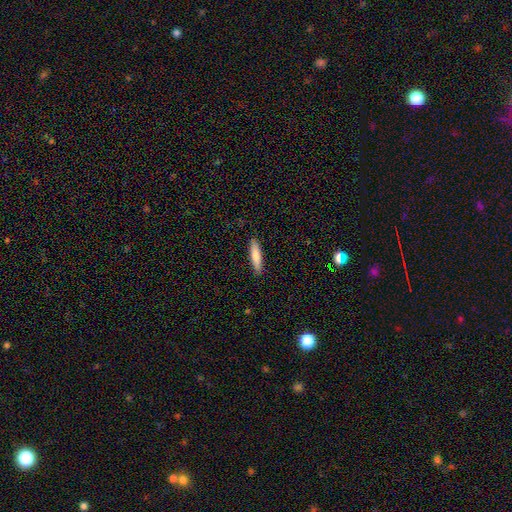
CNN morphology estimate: smooth-or-featured: smooth: 79% | featured or disk: 16% | star or artifact: 6%
  how-rounded: cigar-shaped: 81% | in between: 18% | round: 1%
  merging: none: 90% | minor disturbance: 8% | major disturbance: 2% | merger: 1%